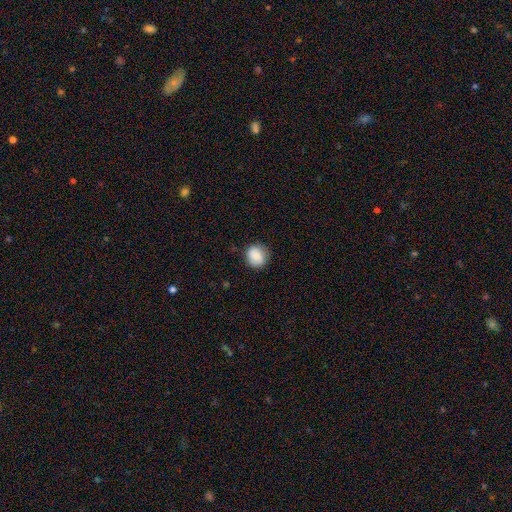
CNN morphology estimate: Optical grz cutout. It shows a smooth galaxy with no disk features (87%) that is round (76%). Merging: none (80%).